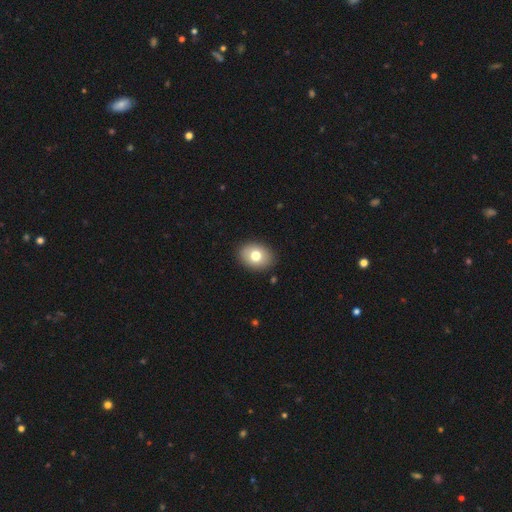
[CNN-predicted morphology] smooth 75%, featured or disk 16%, star or artifact 8%. Down the decision tree: how rounded — in between (66%); merging — none (88%).